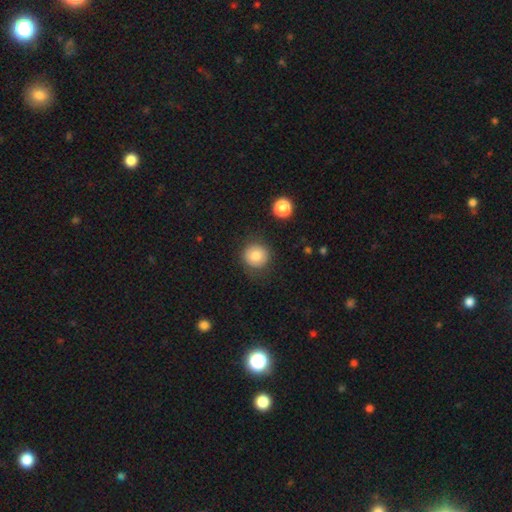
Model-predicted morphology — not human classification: smooth_or_featured: smooth (p=0.80) [alt: featured or disk p=0.10]
how_rounded: round (p=0.92) [alt: in between p=0.07]
merging: none (p=0.84) [alt: minor disturbance p=0.10]